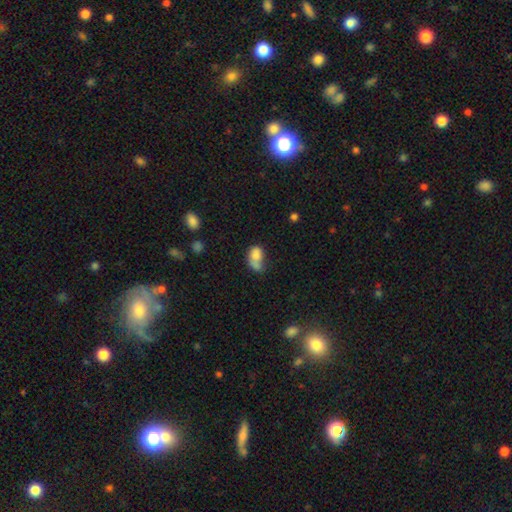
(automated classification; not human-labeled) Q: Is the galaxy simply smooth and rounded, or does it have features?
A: smooth — 73%.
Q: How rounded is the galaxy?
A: in between — 80%.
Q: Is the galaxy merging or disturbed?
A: merger — 35%.